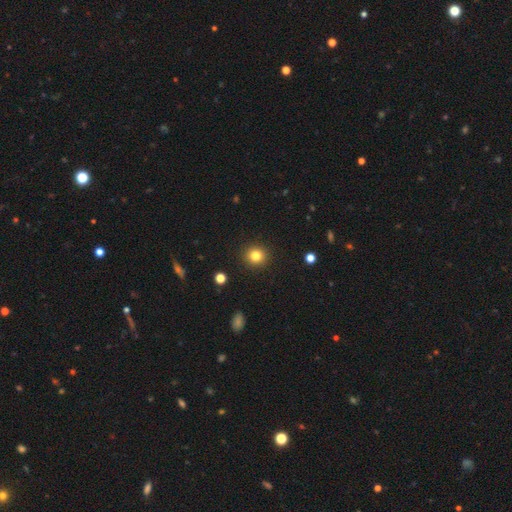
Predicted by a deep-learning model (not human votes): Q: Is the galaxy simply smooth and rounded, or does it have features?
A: smooth — 82%.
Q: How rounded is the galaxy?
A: round — 92%.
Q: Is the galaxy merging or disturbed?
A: none — 92%.